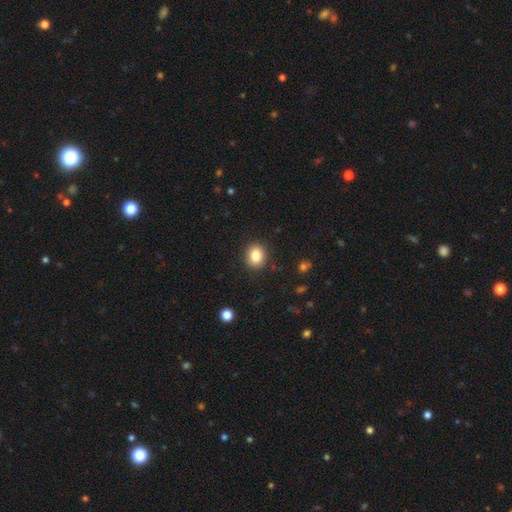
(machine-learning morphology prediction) A smooth galaxy with no disk features (84%) that is round (64%). Merging: none (89%).